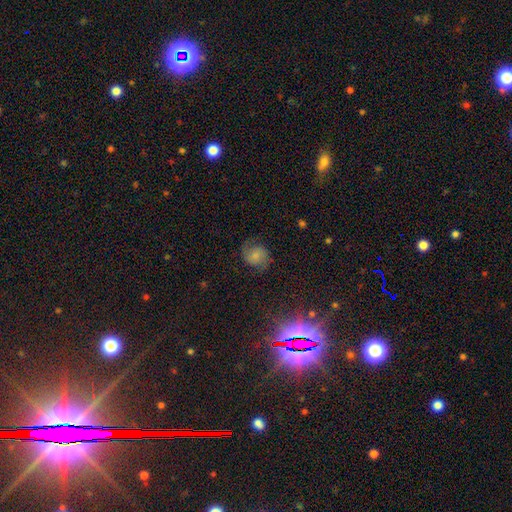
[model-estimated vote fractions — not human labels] Morphology: type=featured or disk (47%); merging=none (71%).